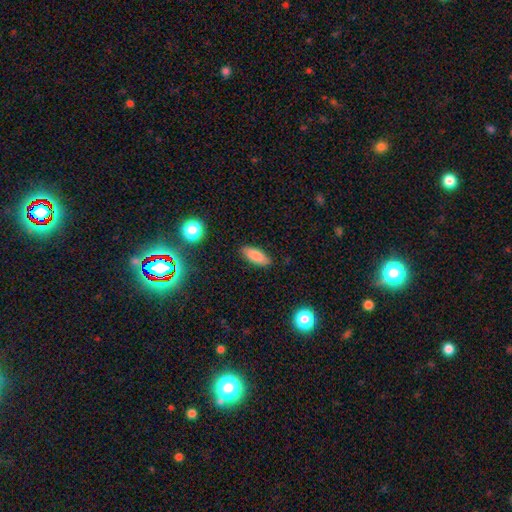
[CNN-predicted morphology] A smooth galaxy with no disk features (83%) that is in between round and cigar-shaped (72%).

Vote fractions:
- Smooth or featured? smooth: 83% / featured or disk: 9% / star or artifact: 8%
- How rounded? in between: 72% / cigar-shaped: 26% / round: 2%
- Merging? none: 87% / minor disturbance: 10% / major disturbance: 2% / merger: 1%